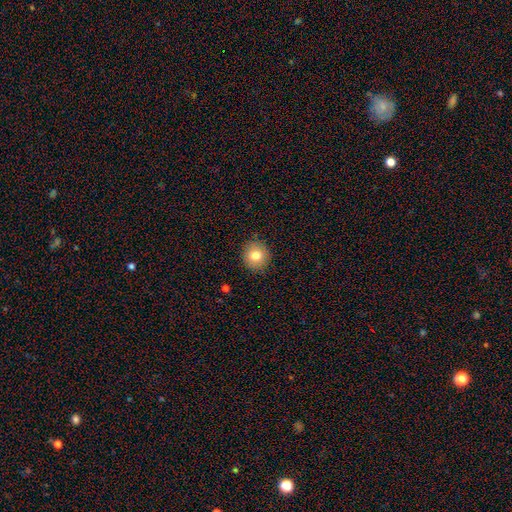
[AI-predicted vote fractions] The model was most divided on "smooth or featured": smooth: 78%, featured or disk: 12%, star or artifact: 10%. More confident: merging — none (90%); how rounded — round (88%).